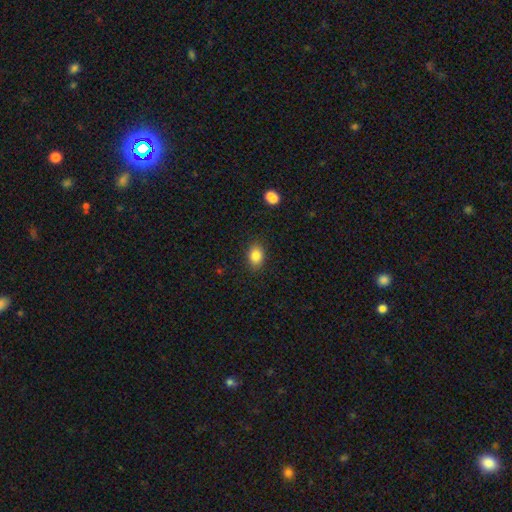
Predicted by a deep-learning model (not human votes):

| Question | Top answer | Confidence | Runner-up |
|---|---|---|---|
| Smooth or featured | smooth | 84% | star or artifact (10%) |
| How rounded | in between | 69% | round (30%) |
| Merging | none | 87% | minor disturbance (9%) |